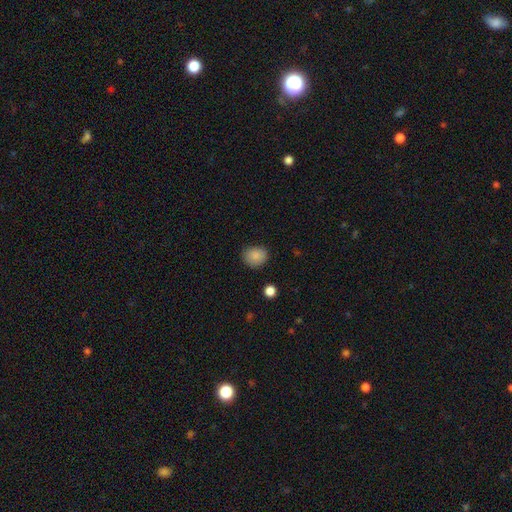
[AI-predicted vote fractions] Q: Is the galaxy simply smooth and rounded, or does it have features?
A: smooth — 87%.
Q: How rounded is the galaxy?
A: round — 65%.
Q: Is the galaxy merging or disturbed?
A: none — 80%.